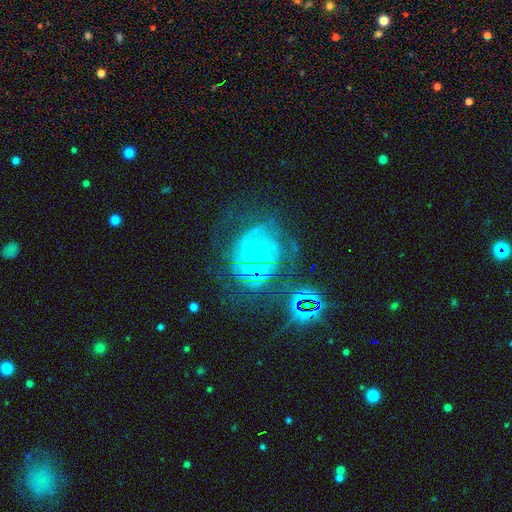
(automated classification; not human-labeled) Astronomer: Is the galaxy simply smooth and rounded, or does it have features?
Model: featured or disk — 73%.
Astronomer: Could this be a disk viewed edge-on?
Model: no — 98%.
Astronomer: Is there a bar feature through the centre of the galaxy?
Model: no — 73%.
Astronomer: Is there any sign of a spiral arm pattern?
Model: yes — 87%.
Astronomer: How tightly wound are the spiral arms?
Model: tight — 64%.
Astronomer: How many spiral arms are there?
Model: can't tell — 42% (runner-up: 2, 20%).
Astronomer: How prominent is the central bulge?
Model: small — 71%.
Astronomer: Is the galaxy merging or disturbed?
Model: none — 49%.